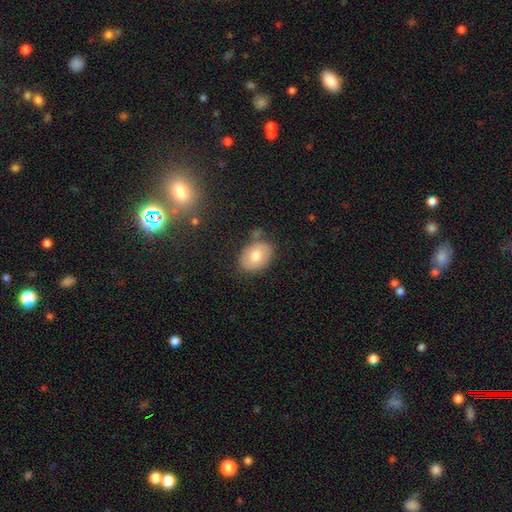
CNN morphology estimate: This appears to be a smooth galaxy with no disk features (72%) that is in between round and cigar-shaped (74%). Merging: none (77%).